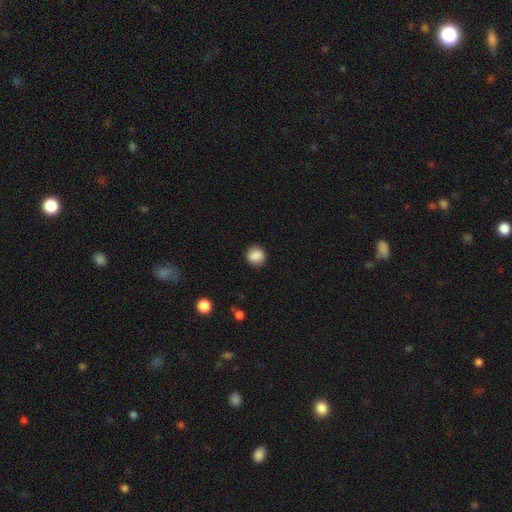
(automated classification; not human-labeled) Smooth or featured? Predicted: smooth (p=0.88). How rounded? Predicted: round (p=0.91). Merging? Predicted: none (p=0.90).